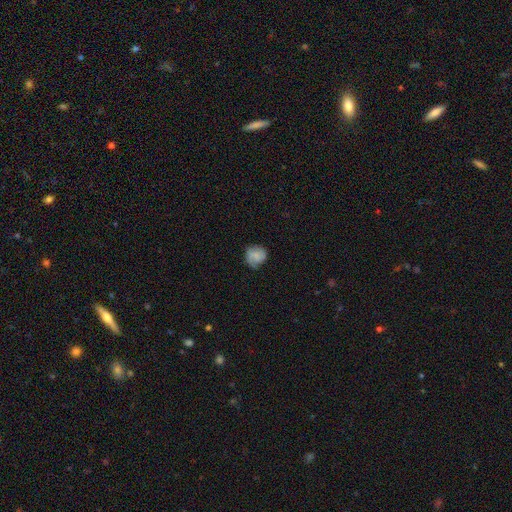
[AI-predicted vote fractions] This appears to be a smooth galaxy with no disk features (64%) that is round (79%). Merging: none (63%).